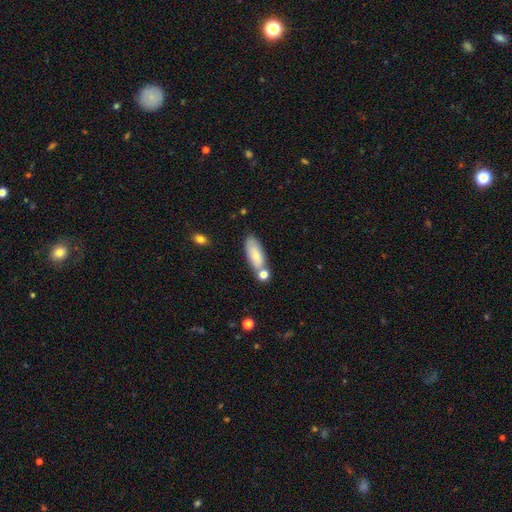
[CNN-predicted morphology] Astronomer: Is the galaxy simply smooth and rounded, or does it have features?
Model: smooth — 74%.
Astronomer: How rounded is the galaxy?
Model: in between — 75%.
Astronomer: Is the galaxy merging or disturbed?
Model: none — 59%.